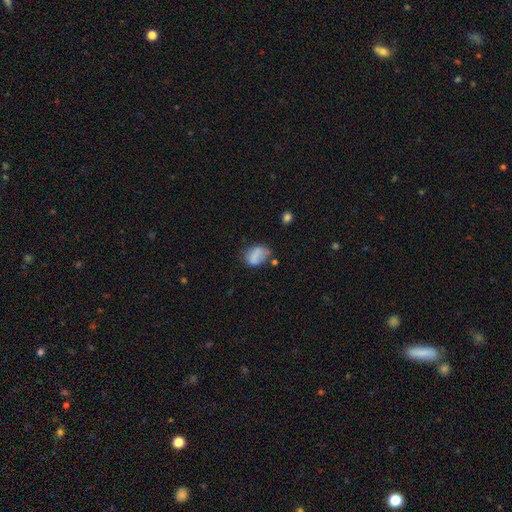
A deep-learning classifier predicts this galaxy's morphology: This appears to be a smooth galaxy with no disk features (75%) that is in between round and cigar-shaped (76%). Merging: none (48%).